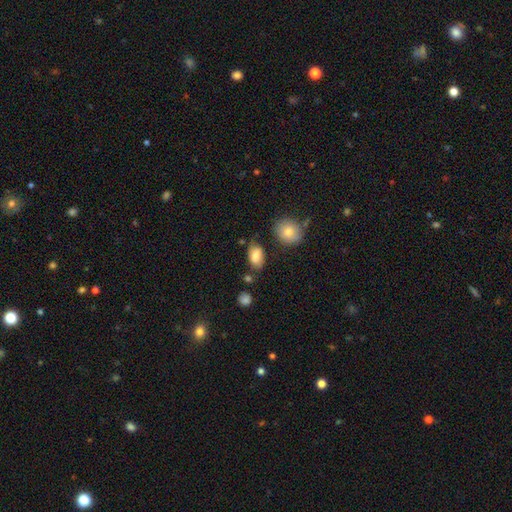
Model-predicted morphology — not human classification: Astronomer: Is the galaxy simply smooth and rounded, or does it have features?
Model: smooth — 81%.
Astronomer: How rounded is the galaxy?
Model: in between — 90%.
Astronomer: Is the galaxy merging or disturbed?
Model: none — 68%.